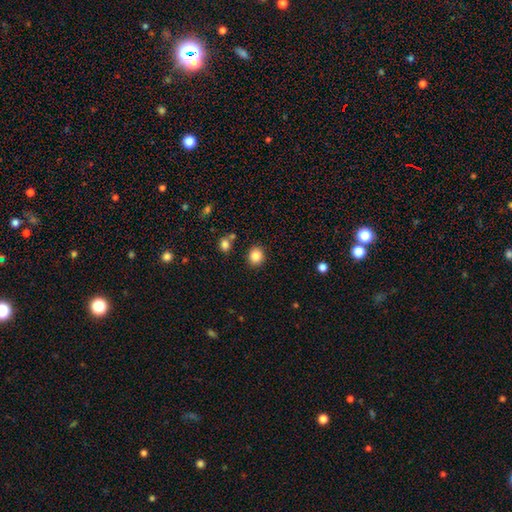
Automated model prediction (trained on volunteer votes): Smooth or featured: smooth — 85% (star or artifact — 10%)
How rounded: round — 77% (in between — 22%)
Merging: none — 86% (minor disturbance — 8%)